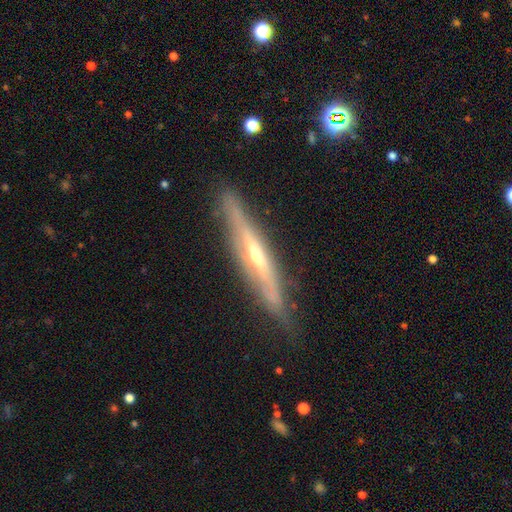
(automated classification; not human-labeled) Smooth or featured? Predicted: featured or disk (p=0.79). Edge-on disk? Predicted: yes (p=0.93). Edge-on bulge? Predicted: rounded (p=0.70). Merging? Predicted: none (p=0.82).